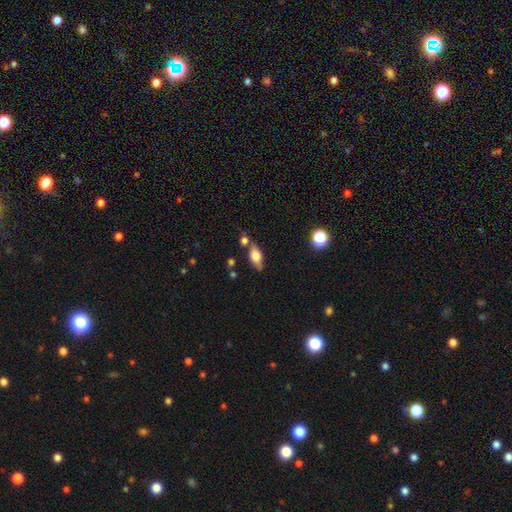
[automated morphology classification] A smooth galaxy with no disk features (63%) that is in between round and cigar-shaped (79%).

Vote fractions:
- Smooth or featured? smooth: 63% / featured or disk: 28% / star or artifact: 9%
- How rounded? in between: 79% / cigar-shaped: 13% / round: 8%
- Merging? none: 65% / minor disturbance: 17% / merger: 13% / major disturbance: 5%